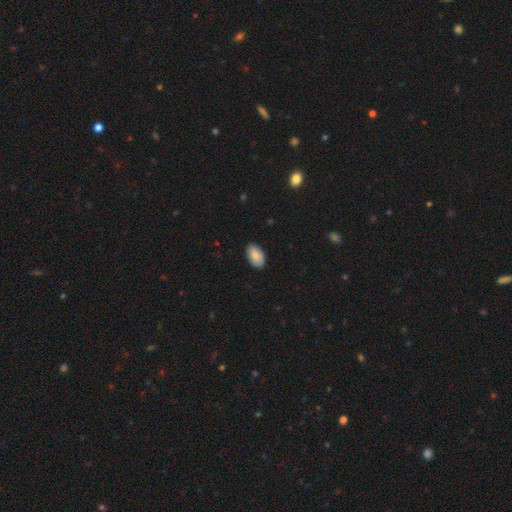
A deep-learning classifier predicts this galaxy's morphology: smooth_or_featured: smooth (p=0.85) [alt: featured or disk p=0.09]
how_rounded: in between (p=0.94) [alt: round p=0.04]
merging: none (p=0.87) [alt: minor disturbance p=0.10]